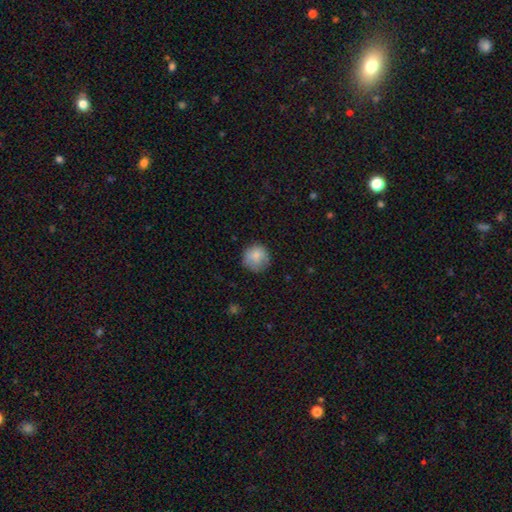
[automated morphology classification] smooth 83%, featured or disk 9%, star or artifact 8%. Down the decision tree: how rounded — round (93%); merging — none (80%).